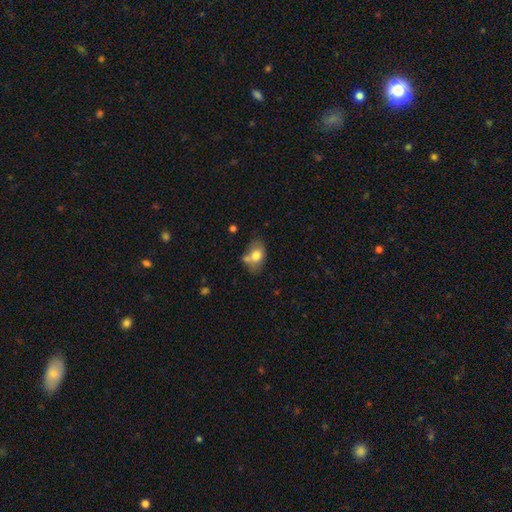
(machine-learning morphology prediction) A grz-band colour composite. It shows a smooth galaxy with no disk features (72%) that is in between round and cigar-shaped (81%). Merging: none (48%).